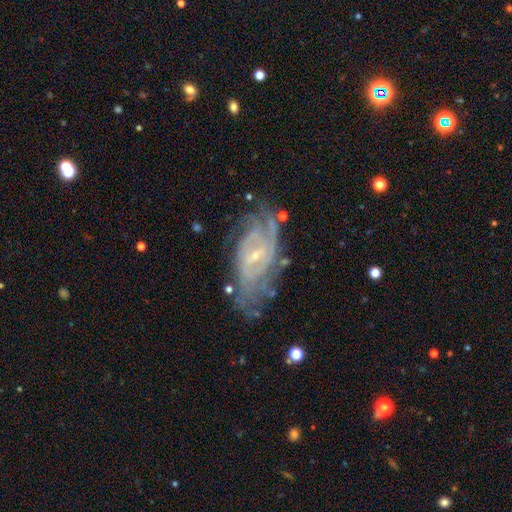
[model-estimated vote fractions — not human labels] A featured or disk galaxy (86%) with a weak bar (47%), tight (61%) spiral arms (96%) and a small central bulge (78%). Merging: none (68%).